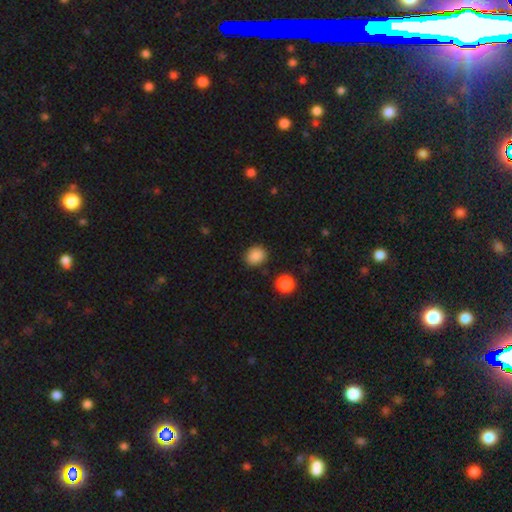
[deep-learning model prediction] Smooth or featured? Predicted: smooth (p=0.87). How rounded? Predicted: round (p=0.73). Merging? Predicted: none (p=0.86).